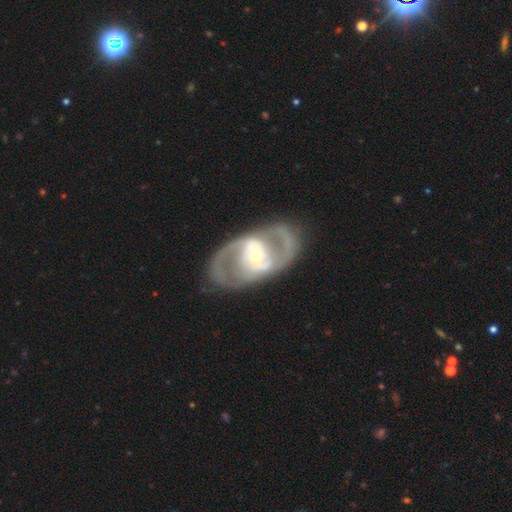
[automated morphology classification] Smooth or featured? featured or disk (85%)
Edge-on disk? no (95%)
Bar? no (42%)
Spiral arms? yes (79%)
Spiral winding? medium (50%)
Spiral arm count? 2 (86%)
Bulge size? moderate (54%)
Merging? none (79%)